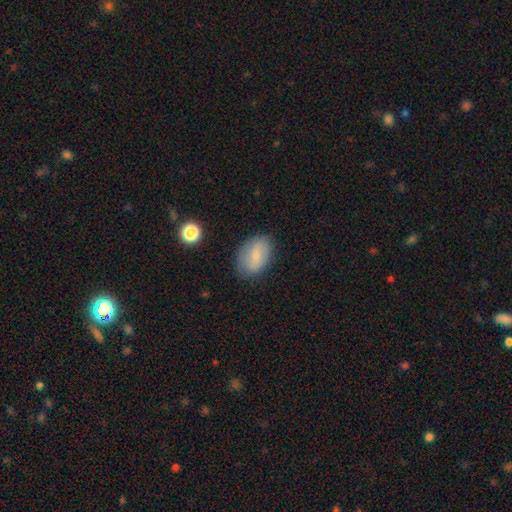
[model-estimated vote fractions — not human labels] Smooth or featured? smooth (64%)
How rounded? in between (85%)
Merging? none (80%)